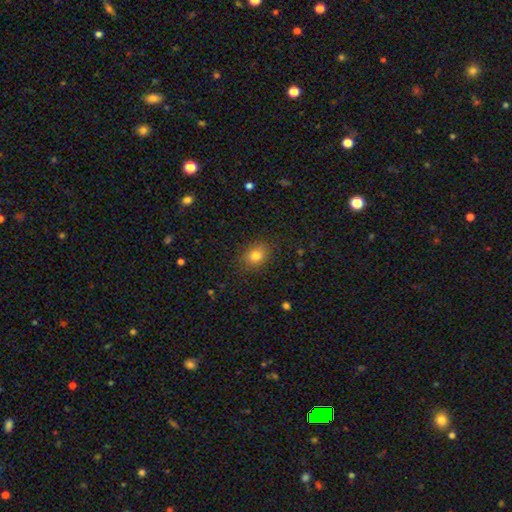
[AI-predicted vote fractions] This appears to be a smooth galaxy with no disk features (81%) that is round (58%). Merging: none (86%).